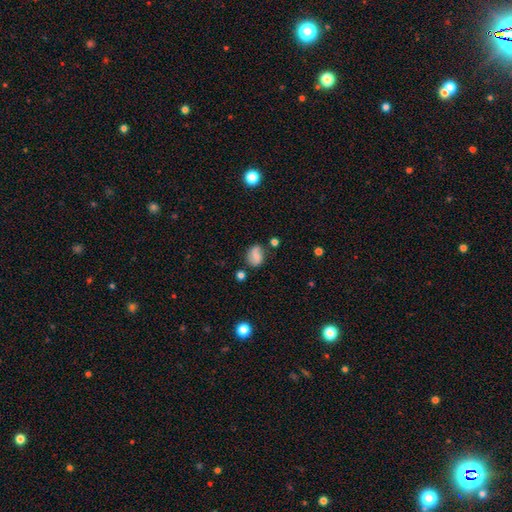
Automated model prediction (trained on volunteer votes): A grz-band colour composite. It shows a smooth galaxy with no disk features (60%) that is in between round and cigar-shaped (53%). Merging: none (64%).